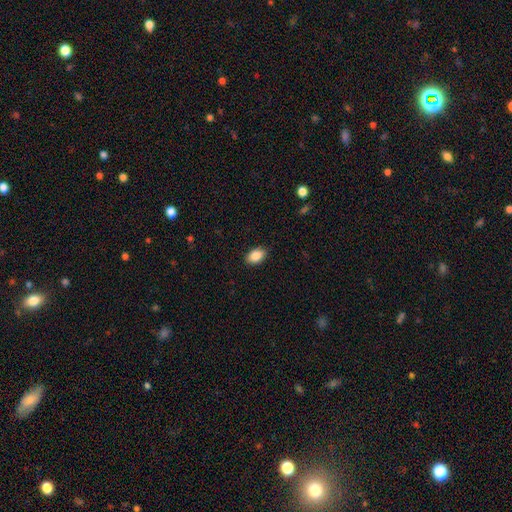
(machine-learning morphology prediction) This appears to be a smooth galaxy with no disk features (89%) that is in between round and cigar-shaped (89%). Merging: none (88%).